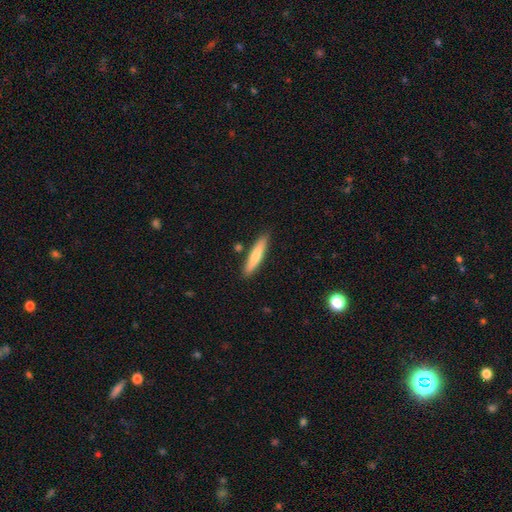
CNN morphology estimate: smooth_or_featured: smooth (p=0.75) [alt: featured or disk p=0.19]
how_rounded: cigar-shaped (p=0.89) [alt: in between p=0.09]
merging: none (p=0.85) [alt: minor disturbance p=0.10]